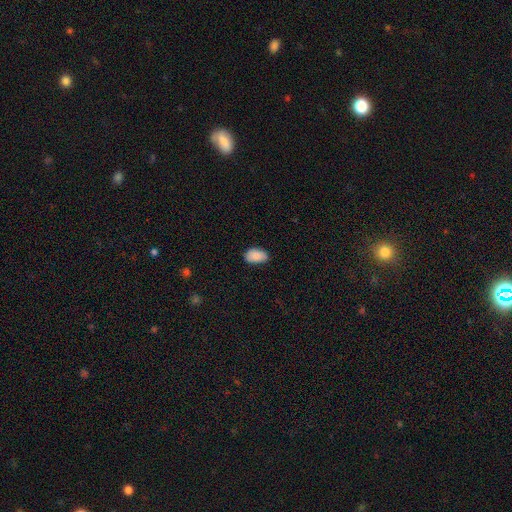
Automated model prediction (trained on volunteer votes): smooth 88%, star or artifact 7%, featured or disk 6%. Down the decision tree: how rounded — in between (92%); merging — none (78%).